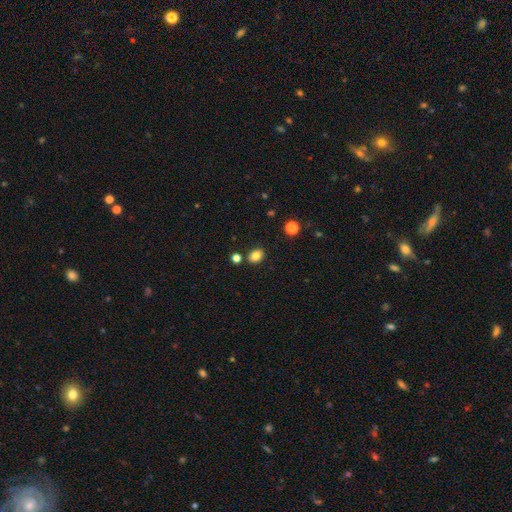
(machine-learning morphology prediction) smooth-or-featured: smooth: 81% | star or artifact: 12% | featured or disk: 7%
  how-rounded: in between: 60% | round: 39% | cigar-shaped: 1%
  merging: none: 81% | minor disturbance: 10% | merger: 6% | major disturbance: 2%